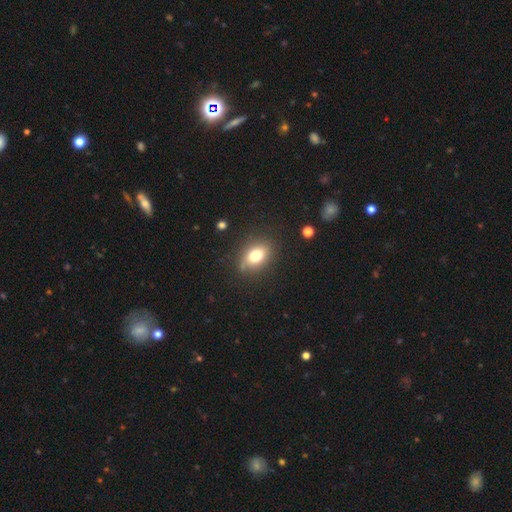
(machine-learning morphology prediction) This appears to be a smooth galaxy with no disk features (75%) that is in between round and cigar-shaped (78%). Merging: none (79%).